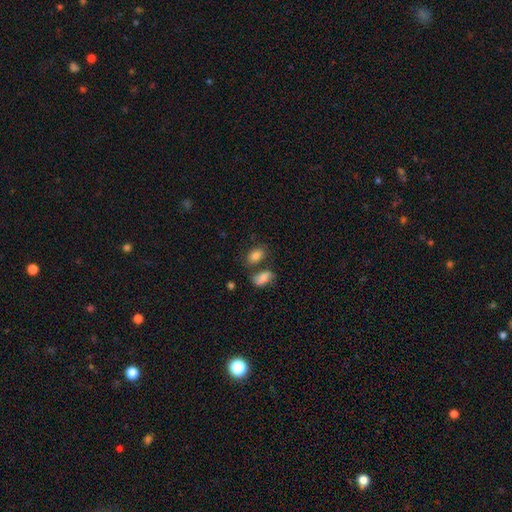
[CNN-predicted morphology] smooth_or_featured: smooth (p=0.81) [alt: featured or disk p=0.09]
how_rounded: in between (p=0.85) [alt: round p=0.13]
merging: none (p=0.57) [alt: merger p=0.22]